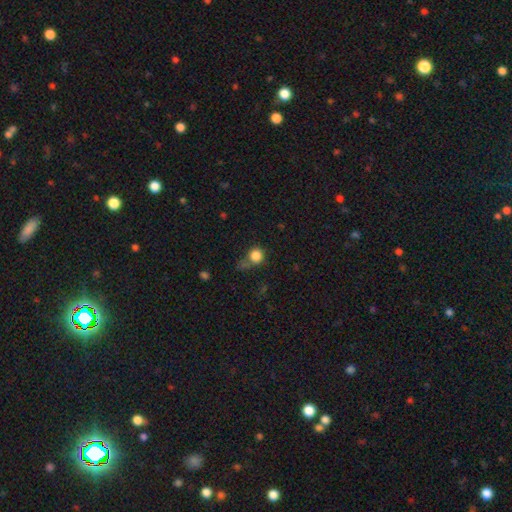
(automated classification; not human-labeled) smooth_or_featured: smooth (p=0.83) [alt: star or artifact p=0.11]
how_rounded: round (p=0.86) [alt: in between p=0.13]
merging: none (p=0.52) [alt: minor disturbance p=0.22]